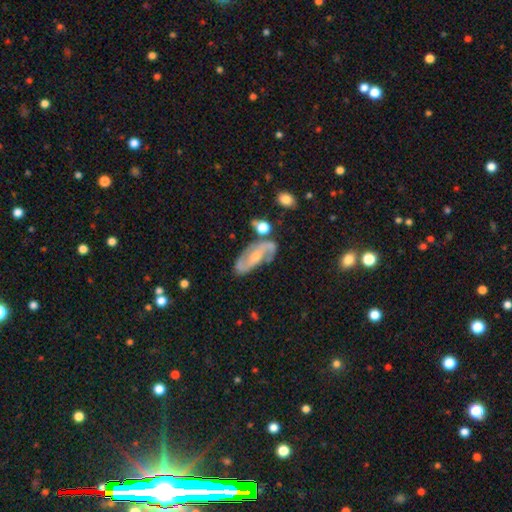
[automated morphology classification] Smooth or featured: featured or disk — 83% (smooth — 11%)
Edge-on disk: no — 93% (yes — 7%)
Bar: no — 40% (weak — 37%)
Spiral arms: yes — 94% (no — 6%)
Spiral winding: medium — 47% (loose — 30%)
Spiral arm count: 2 — 90% (can't tell — 5%)
Bulge size: small — 50% (moderate — 44%)
Merging: none — 72% (minor disturbance — 16%)